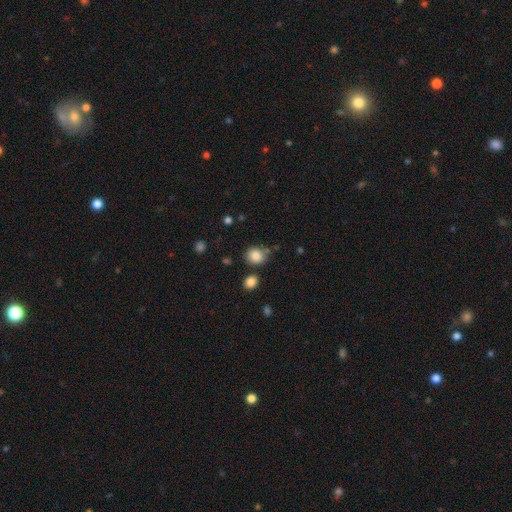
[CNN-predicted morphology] Smooth or featured? Predicted: smooth (p=0.84). How rounded? Predicted: round (p=0.72). Merging? Predicted: none (p=0.75).